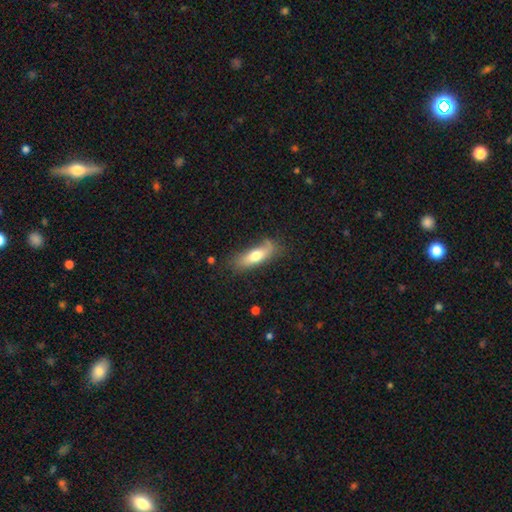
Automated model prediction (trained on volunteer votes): This is likely a smooth galaxy (63%). How rounded: possibly in between (55%). Merging: possibly none (59%).